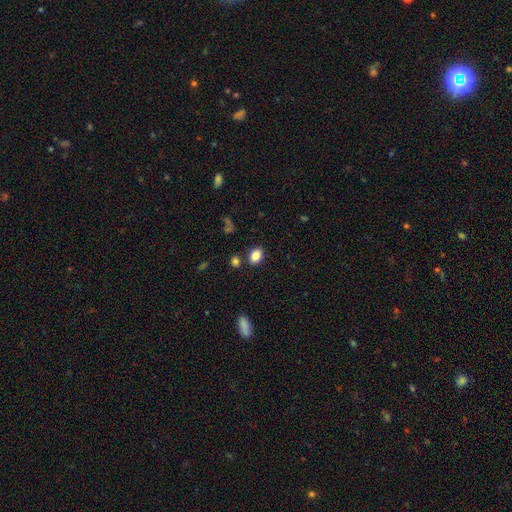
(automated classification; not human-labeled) This appears to be a smooth galaxy with no disk features (85%) that is in between round and cigar-shaped (75%). Merging: none (82%).